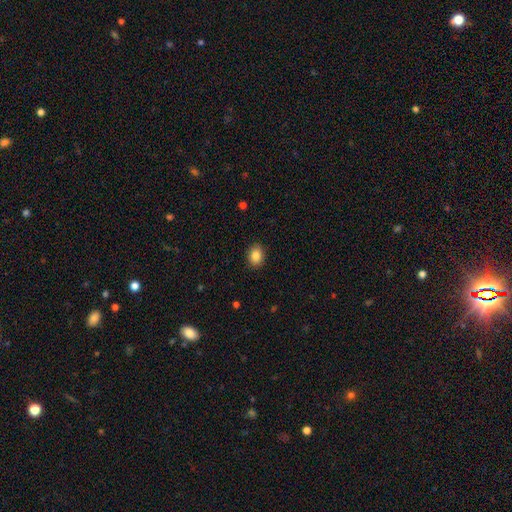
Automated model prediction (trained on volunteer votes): Q: Smooth or featured?
A: smooth (86%); runner-up: star or artifact (9%)
Q: How rounded?
A: in between (57%); runner-up: round (42%)
Q: Merging?
A: none (90%); runner-up: minor disturbance (8%)